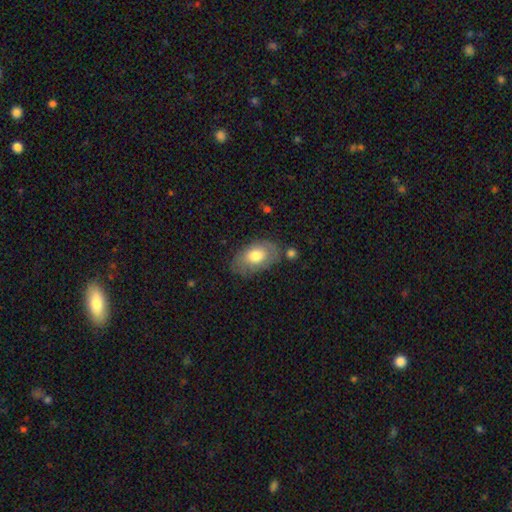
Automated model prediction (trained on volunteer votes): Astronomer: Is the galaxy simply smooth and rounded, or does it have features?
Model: smooth — 70%.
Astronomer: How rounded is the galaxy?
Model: in between — 91%.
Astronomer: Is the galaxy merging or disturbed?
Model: none — 69%.